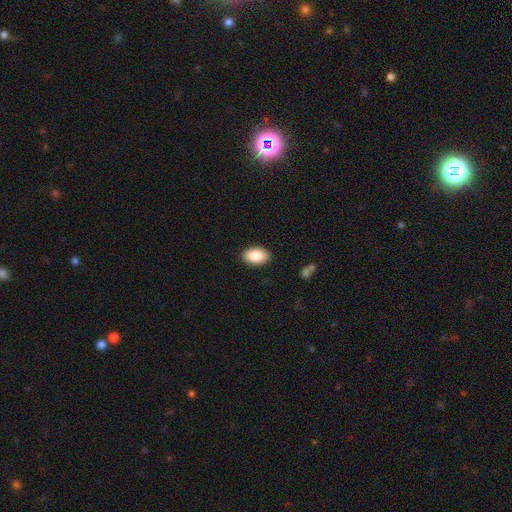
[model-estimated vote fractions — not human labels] Smooth or featured: smooth — 88% (star or artifact — 7%)
How rounded: in between — 92% (round — 7%)
Merging: none — 89% (minor disturbance — 8%)